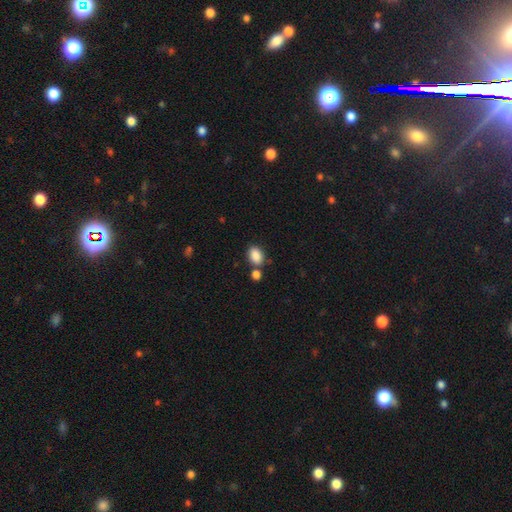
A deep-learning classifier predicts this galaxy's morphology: type=smooth (87%); roundness=in between (80%); merging=none (66%).